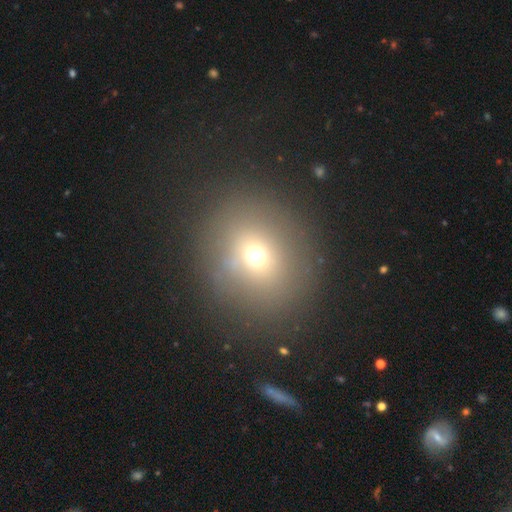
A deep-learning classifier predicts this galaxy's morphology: Overall: smooth (65%). How rounded: round (83%). Merging: none (83%).